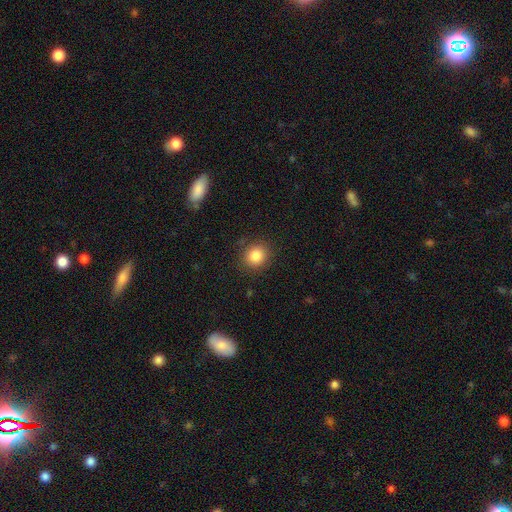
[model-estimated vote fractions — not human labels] Smooth or featured? smooth (84%)
How rounded? round (79%)
Merging? none (87%)